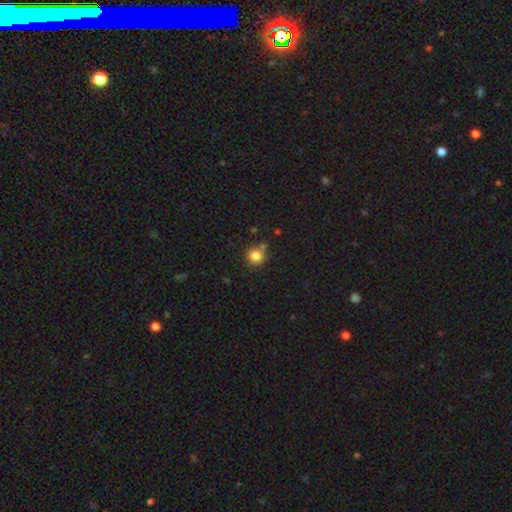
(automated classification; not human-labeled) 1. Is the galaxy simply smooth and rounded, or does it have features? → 83% smooth, 12% star or artifact, 5% featured or disk.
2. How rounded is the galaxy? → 91% round, 8% in between, 1% cigar-shaped.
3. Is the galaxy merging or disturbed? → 75% none, 11% merger, 11% minor disturbance, 3% major disturbance.